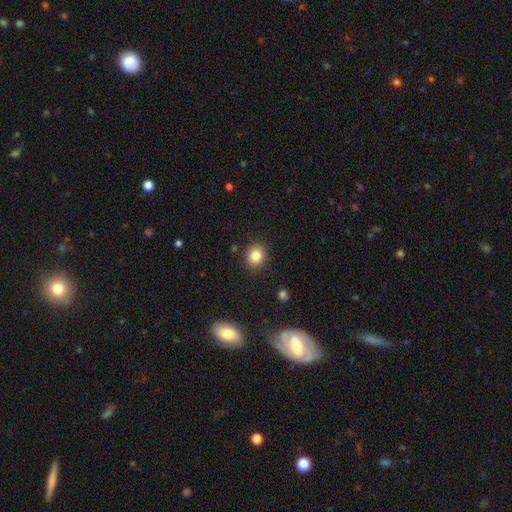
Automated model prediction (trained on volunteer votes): smooth_or_featured: smooth (p=0.83) [alt: star or artifact p=0.11]
how_rounded: round (p=0.70) [alt: in between p=0.29]
merging: none (p=0.89) [alt: minor disturbance p=0.08]